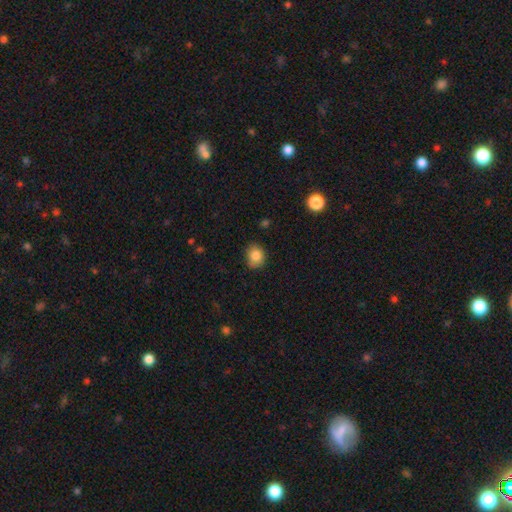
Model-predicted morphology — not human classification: Smooth or featured? Predicted: smooth (p=0.84). How rounded? Predicted: round (p=0.60). Merging? Predicted: none (p=0.74).